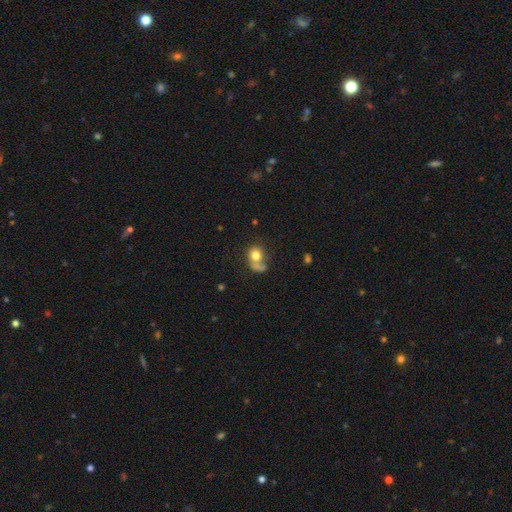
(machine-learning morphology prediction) Smooth or featured: smooth — 72% (featured or disk — 18%)
How rounded: round — 64% (in between — 35%)
Merging: none — 36% (merger — 26%)